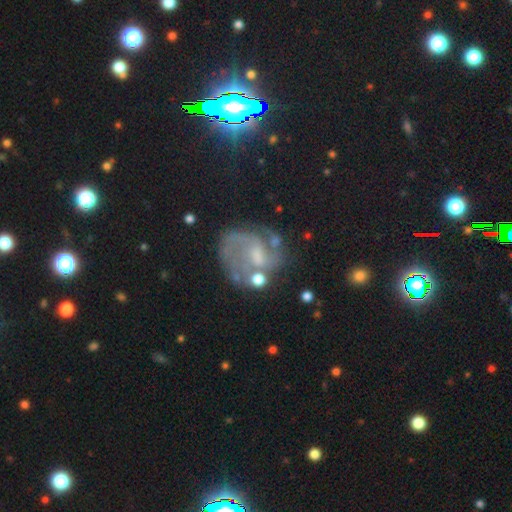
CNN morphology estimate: type=featured or disk (73%); edge-on=no (98%); bar=weak (49%); spiral arms=yes (85%); winding=medium (47%); arm count=2 (50%); bulge=small (33%); merging=none (52%).